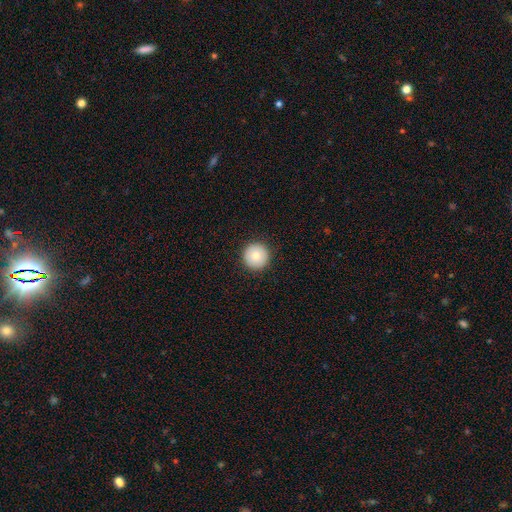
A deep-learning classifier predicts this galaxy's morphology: smooth 81%, featured or disk 11%, star or artifact 8%. Down the decision tree: how rounded — round (96%); merging — none (93%).